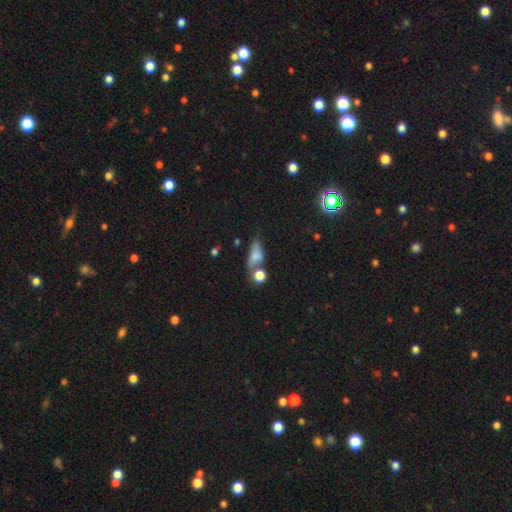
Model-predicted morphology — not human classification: Smooth or featured? Predicted: smooth (p=0.66). How rounded? Predicted: in between (p=0.66). Merging? Predicted: none (p=0.37).